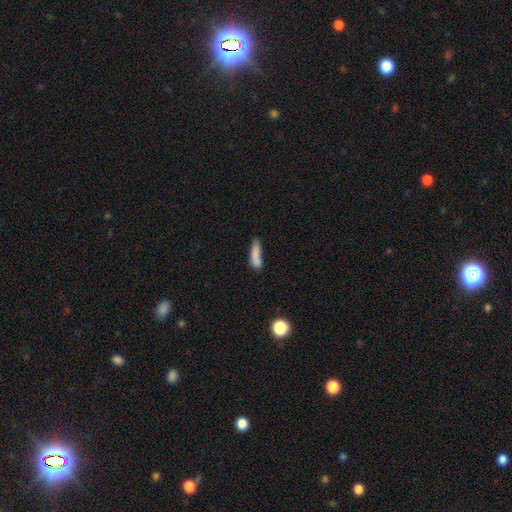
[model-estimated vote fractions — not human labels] This appears to be a smooth galaxy with no disk features (80%) that is cigar-shaped (73%). Merging: none (56%).